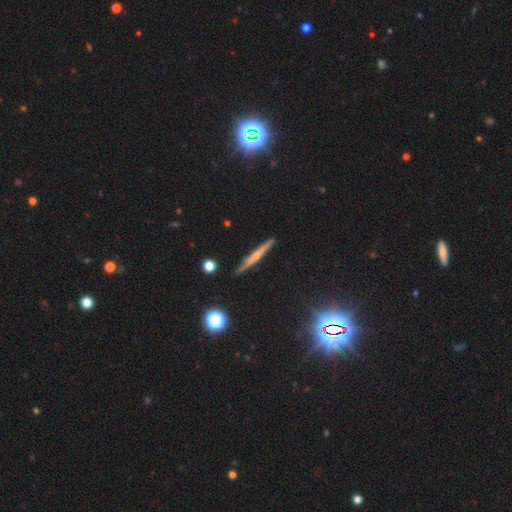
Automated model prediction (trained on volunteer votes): Overall: featured or disk (51%; smooth 39%). Edge-on disk: yes (97%). Merging: none (89%).